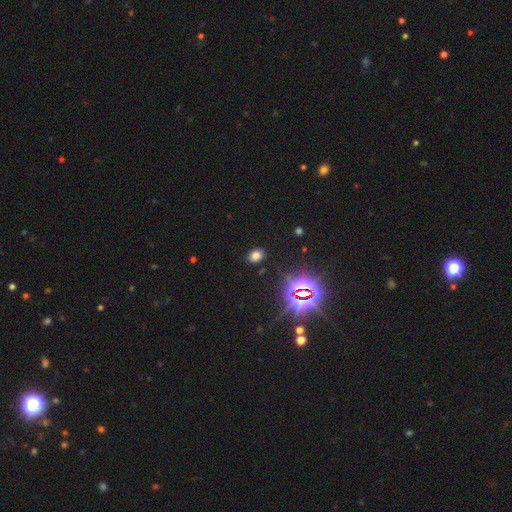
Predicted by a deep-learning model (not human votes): Morphology: type=smooth (69%); roundness=in between (71%); merging=none (87%).